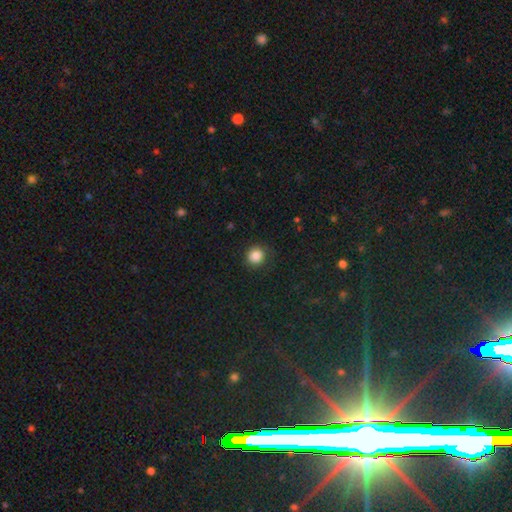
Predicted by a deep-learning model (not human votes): This appears to be a smooth galaxy with no disk features (86%) that is round (89%). Merging: none (86%).